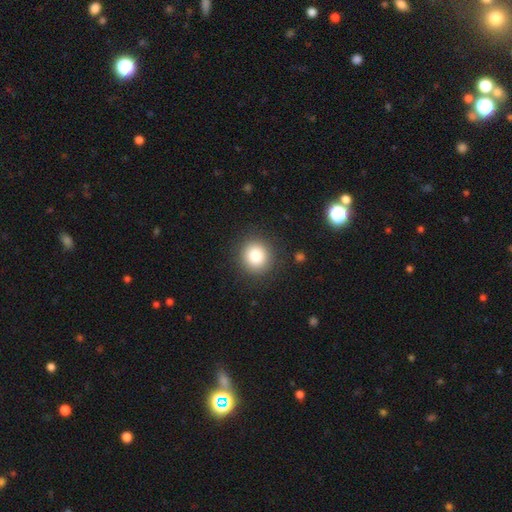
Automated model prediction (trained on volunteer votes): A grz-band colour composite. It shows a smooth galaxy with no disk features (83%) that is round (91%). Merging: none (89%).